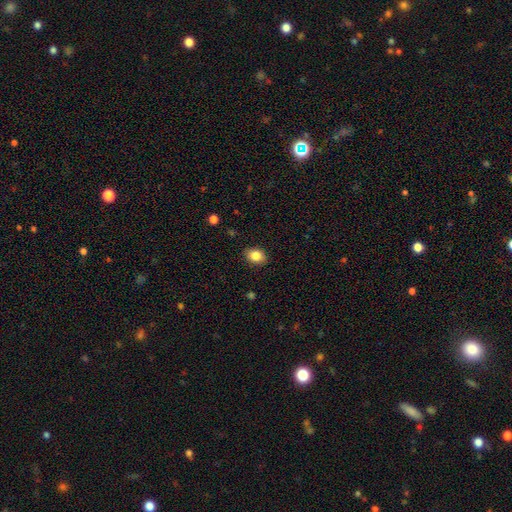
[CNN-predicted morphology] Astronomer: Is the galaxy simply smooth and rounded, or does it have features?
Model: smooth — 85%.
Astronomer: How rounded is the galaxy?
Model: in between — 65%.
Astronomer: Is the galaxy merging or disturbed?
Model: none — 88%.